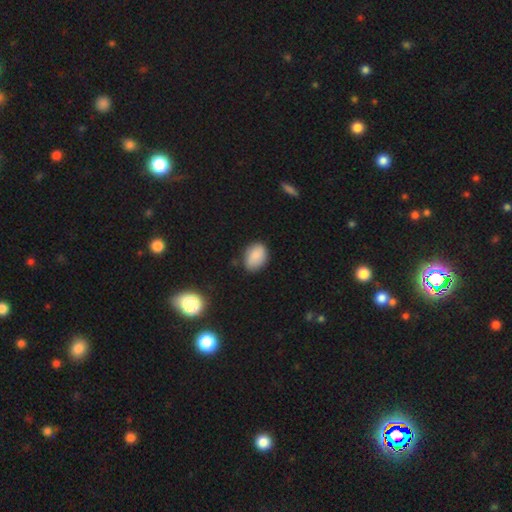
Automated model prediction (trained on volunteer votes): A smooth galaxy with no disk features (86%) that is in between round and cigar-shaped (77%). Merging: none (74%).